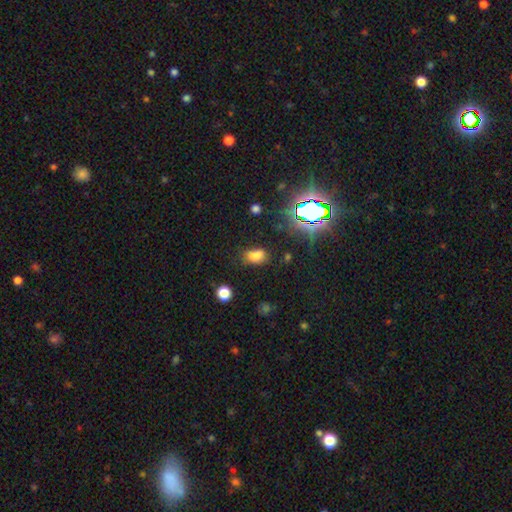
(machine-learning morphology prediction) A smooth galaxy with no disk features (73%) that is in between round and cigar-shaped (86%). Merging: none (67%).